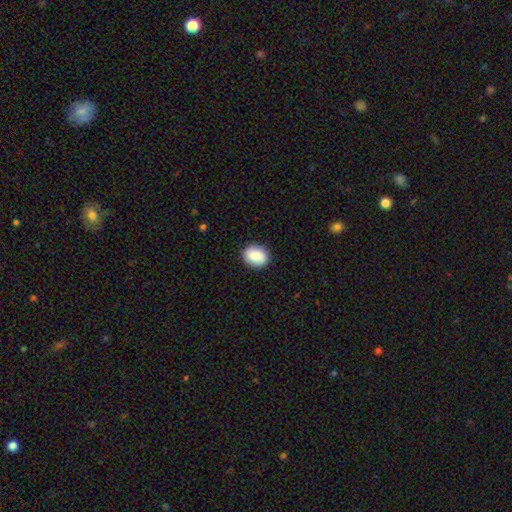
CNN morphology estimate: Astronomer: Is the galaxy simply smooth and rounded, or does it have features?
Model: smooth — 83%.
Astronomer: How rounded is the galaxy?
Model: in between — 50% (runner-up: round, 49%).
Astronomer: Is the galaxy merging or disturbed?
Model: none — 87%.